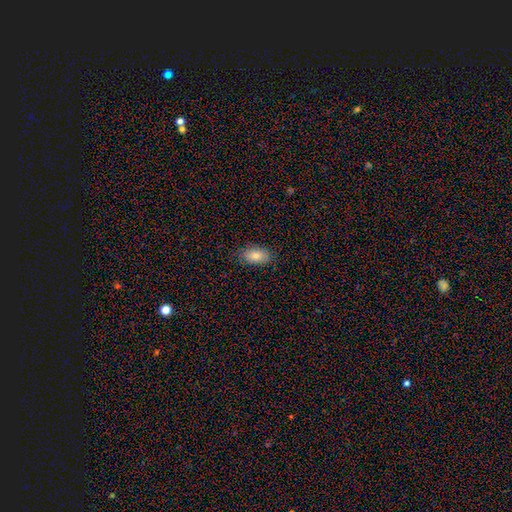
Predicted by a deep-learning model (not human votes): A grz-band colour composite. It shows a smooth galaxy with no disk features (83%) that is in between round and cigar-shaped (92%). Merging: none (83%).